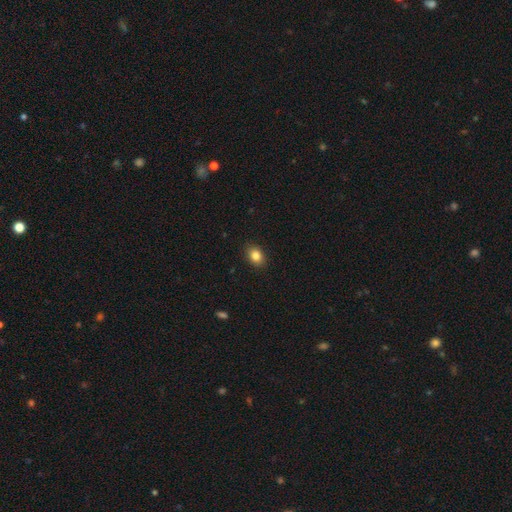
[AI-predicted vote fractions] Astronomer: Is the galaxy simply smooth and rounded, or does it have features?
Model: smooth — 85%.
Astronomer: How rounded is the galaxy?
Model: in between — 61% (runner-up: round, 38%).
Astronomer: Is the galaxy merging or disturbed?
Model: none — 89%.